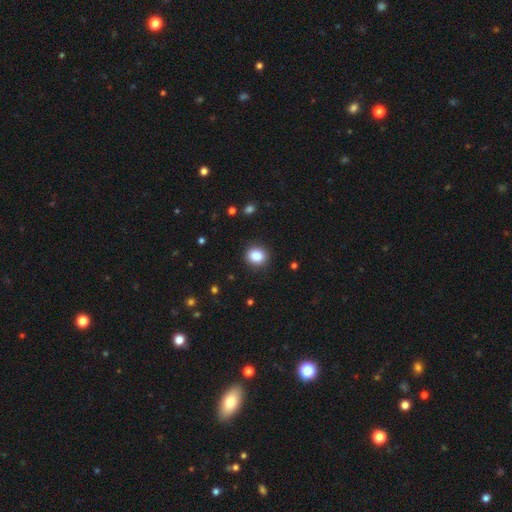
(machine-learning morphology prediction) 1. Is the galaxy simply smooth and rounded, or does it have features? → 85% smooth, 10% star or artifact, 5% featured or disk.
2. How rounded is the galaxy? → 75% round, 24% in between, 1% cigar-shaped.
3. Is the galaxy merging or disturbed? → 89% none, 7% minor disturbance, 2% major disturbance, 1% merger.